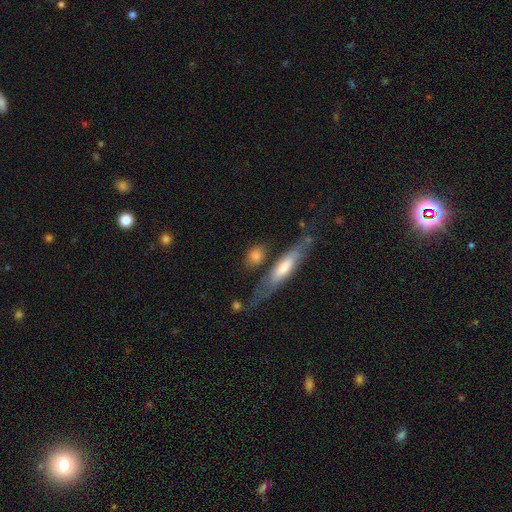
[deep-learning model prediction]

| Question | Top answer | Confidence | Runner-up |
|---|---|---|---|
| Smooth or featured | smooth | 74% | featured or disk (19%) |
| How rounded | in between | 44% | cigar-shaped (28%) |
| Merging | none | 69% | minor disturbance (15%) |